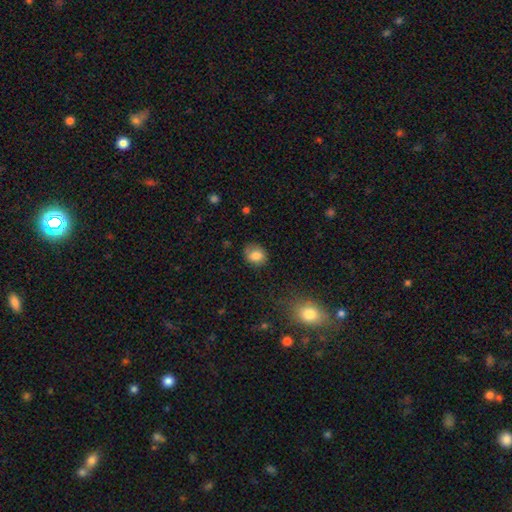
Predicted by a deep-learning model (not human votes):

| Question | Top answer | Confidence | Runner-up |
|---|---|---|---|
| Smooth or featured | smooth | 82% | star or artifact (10%) |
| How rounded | round | 60% | in between (39%) |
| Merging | none | 72% | minor disturbance (21%) |